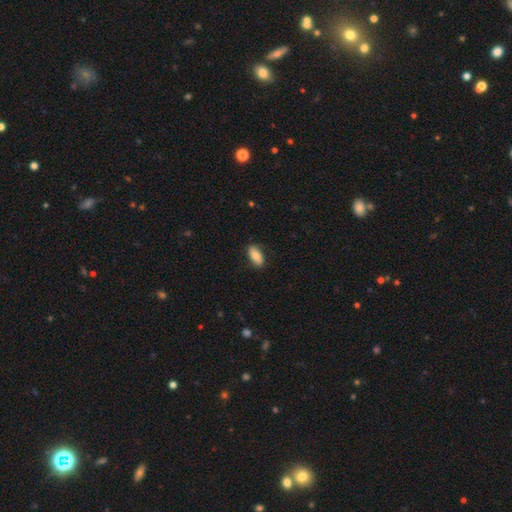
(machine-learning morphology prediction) The model was most divided on "smooth or featured": smooth: 77%, featured or disk: 17%, star or artifact: 7%. More confident: how rounded — in between (91%); merging — none (81%).